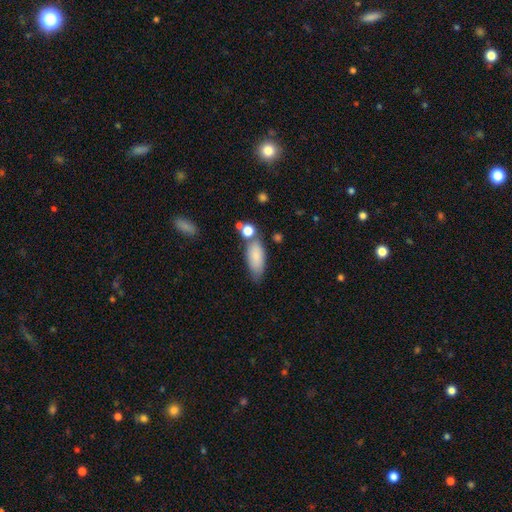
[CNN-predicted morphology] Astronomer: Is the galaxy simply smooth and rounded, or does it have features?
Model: smooth — 83%.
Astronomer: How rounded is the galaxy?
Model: in between — 80%.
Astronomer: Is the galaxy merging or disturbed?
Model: none — 59%.